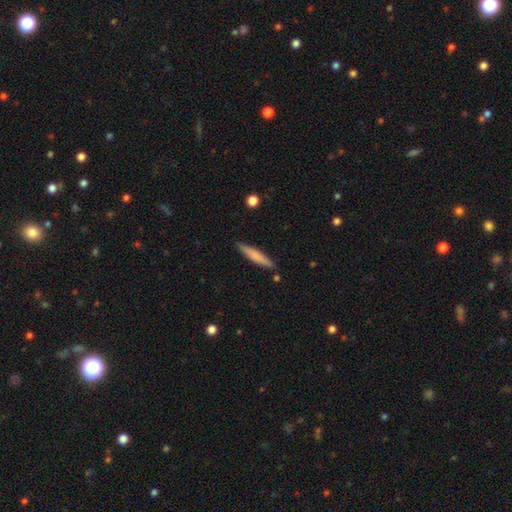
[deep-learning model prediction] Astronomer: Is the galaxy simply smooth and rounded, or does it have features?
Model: smooth — 72%.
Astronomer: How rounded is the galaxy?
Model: cigar-shaped — 91%.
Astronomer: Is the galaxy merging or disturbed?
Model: none — 87%.